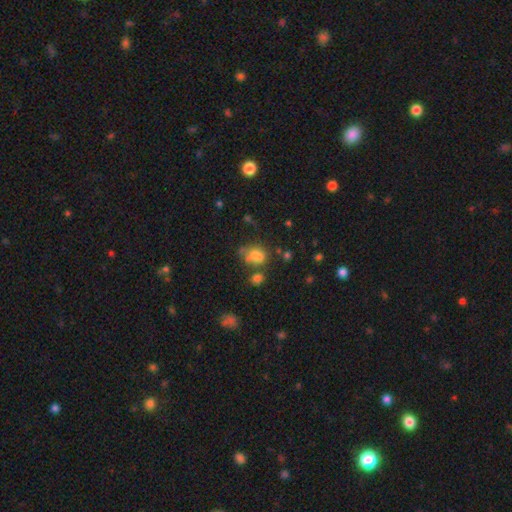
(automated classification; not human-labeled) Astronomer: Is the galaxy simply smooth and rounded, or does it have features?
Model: smooth — 67%.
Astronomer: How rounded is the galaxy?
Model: in between — 65%.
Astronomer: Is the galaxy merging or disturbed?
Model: none — 39% (runner-up: merger, 28%).